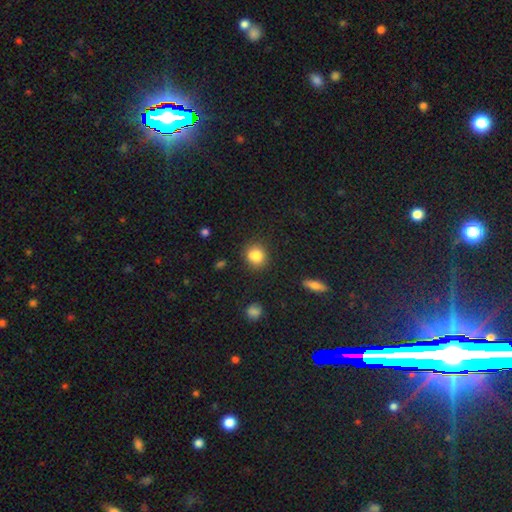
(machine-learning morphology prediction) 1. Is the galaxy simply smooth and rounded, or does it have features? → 85% smooth, 10% star or artifact, 5% featured or disk.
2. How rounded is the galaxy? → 77% round, 21% in between, 1% cigar-shaped.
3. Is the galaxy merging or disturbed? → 81% none, 12% minor disturbance, 4% merger, 3% major disturbance.